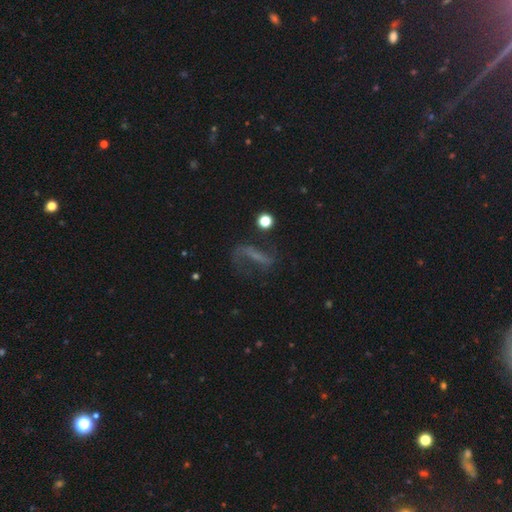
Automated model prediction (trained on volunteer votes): A featured or disk galaxy (54%). Merging: none (50%).